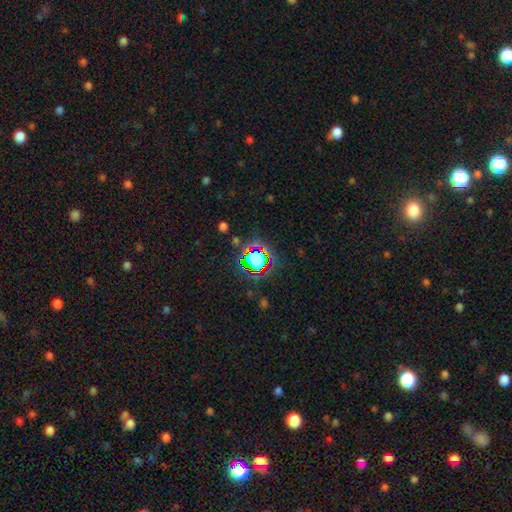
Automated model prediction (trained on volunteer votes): Smooth or featured: star or artifact — 61% (smooth — 27%)